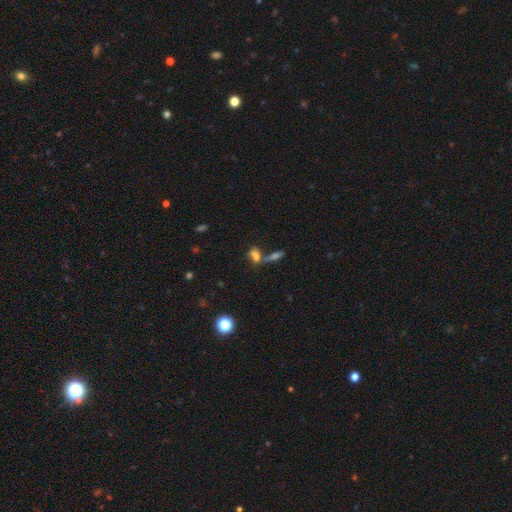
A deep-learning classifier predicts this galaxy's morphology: smooth 64%, featured or disk 18%, star or artifact 18%. Down the decision tree: how rounded — in between (72%); merging — merger (47%).